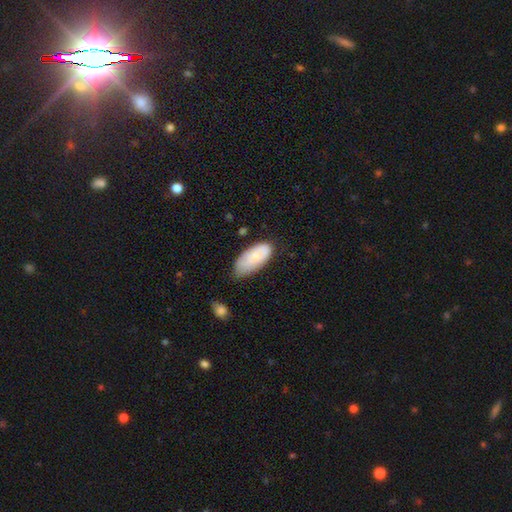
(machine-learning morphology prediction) smooth 69%, featured or disk 24%, star or artifact 7%. Down the decision tree: how rounded — in between (89%); merging — none (57%).